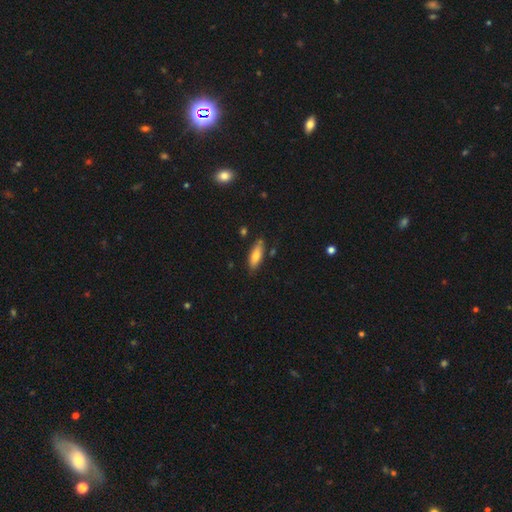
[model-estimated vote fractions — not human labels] Smooth or featured? Predicted: smooth (p=0.76). How rounded? Predicted: in between (p=0.60). Merging? Predicted: none (p=0.80).